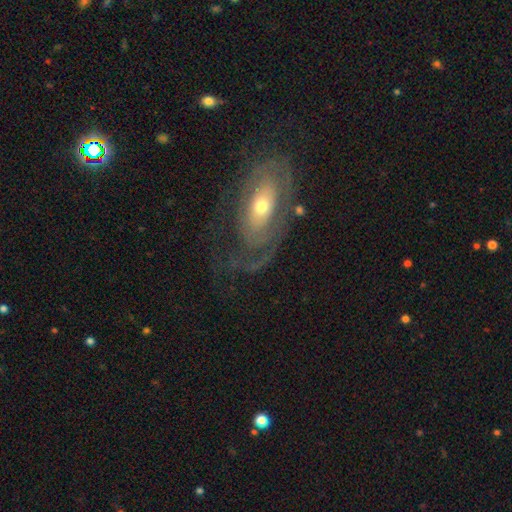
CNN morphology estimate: Smooth or featured? featured or disk (72%)
Edge-on disk? no (90%)
Bar? no (64%)
Spiral arms? yes (74%)
Bulge size? moderate (54%)
Merging? none (64%)